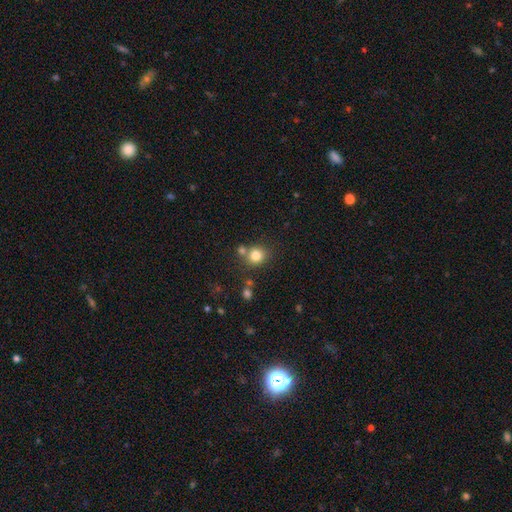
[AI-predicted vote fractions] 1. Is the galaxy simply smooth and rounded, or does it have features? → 80% smooth, 12% star or artifact, 8% featured or disk.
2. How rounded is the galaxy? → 82% round, 17% in between, 1% cigar-shaped.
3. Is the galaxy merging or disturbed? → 66% none, 20% merger, 11% minor disturbance, 4% major disturbance.